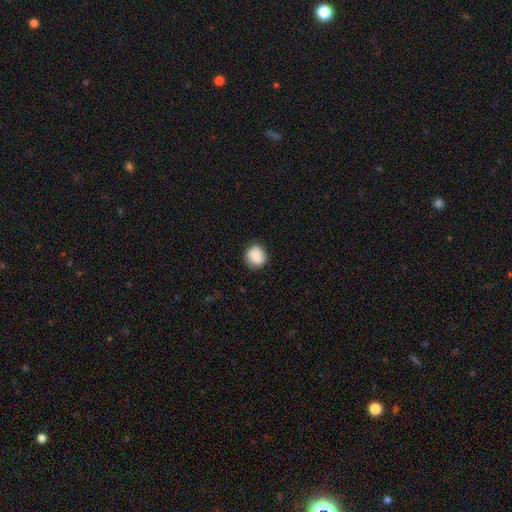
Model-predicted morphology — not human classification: Smooth or featured?
  - smooth: 85% *
  - star or artifact: 8%
  - featured or disk: 7%
How rounded?
  - round: 81% *
  - in between: 18%
  - cigar-shaped: 1%
Merging?
  - none: 82% *
  - minor disturbance: 13%
  - major disturbance: 3%
  - merger: 1%